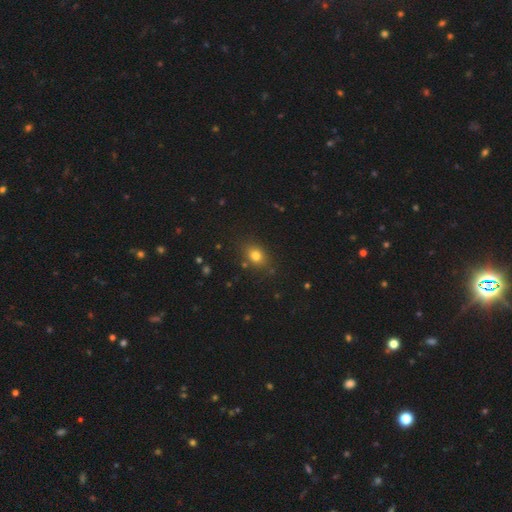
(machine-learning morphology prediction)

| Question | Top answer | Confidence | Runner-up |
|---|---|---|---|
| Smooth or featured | smooth | 78% | star or artifact (14%) |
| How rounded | in between | 55% | round (44%) |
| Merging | none | 82% | minor disturbance (12%) |